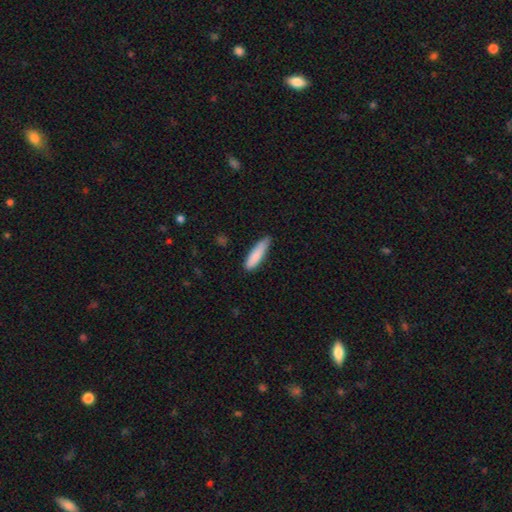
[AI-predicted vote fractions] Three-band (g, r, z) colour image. It shows a smooth galaxy with no disk features (85%) that is cigar-shaped (75%). Merging: none (71%).